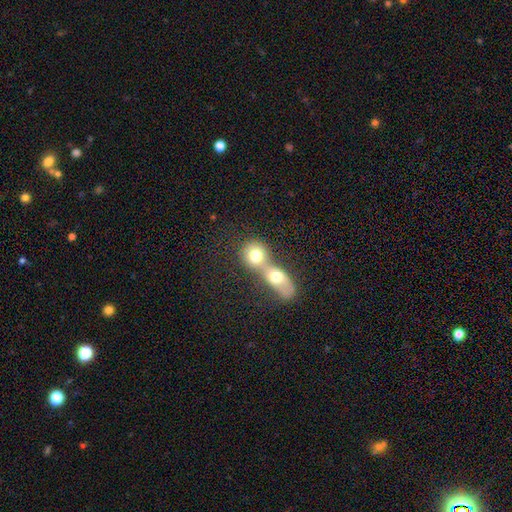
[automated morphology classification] smooth_or_featured: smooth (p=0.74) [alt: featured or disk p=0.18]
how_rounded: round (p=0.71) [alt: in between p=0.26]
merging: merger (p=0.69) [alt: none p=0.22]